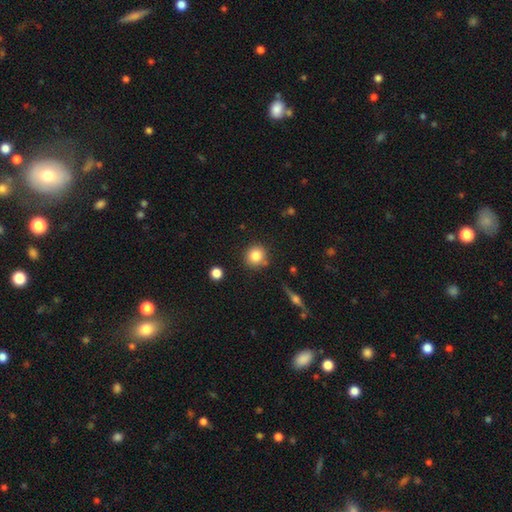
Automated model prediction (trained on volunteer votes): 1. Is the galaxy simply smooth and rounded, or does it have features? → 83% smooth, 10% star or artifact, 8% featured or disk.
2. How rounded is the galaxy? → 90% round, 9% in between, 1% cigar-shaped.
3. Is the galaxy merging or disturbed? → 82% none, 10% minor disturbance, 5% merger, 3% major disturbance.